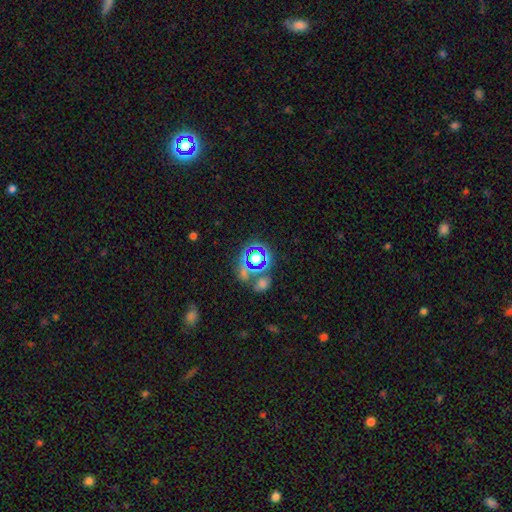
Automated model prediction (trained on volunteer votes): smooth-or-featured: star or artifact: 59% | smooth: 29% | featured or disk: 13%